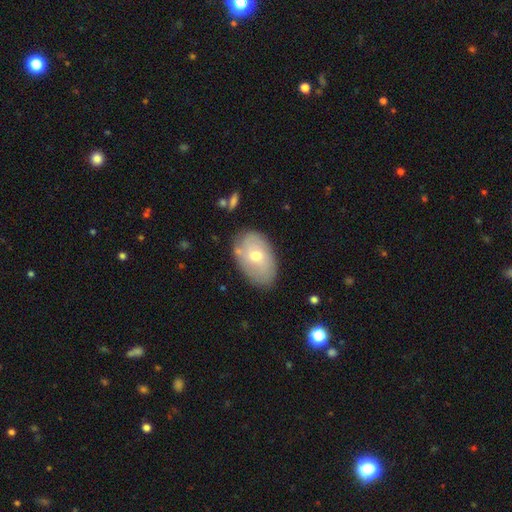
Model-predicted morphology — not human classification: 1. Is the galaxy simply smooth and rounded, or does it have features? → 53% smooth, 39% featured or disk, 7% star or artifact.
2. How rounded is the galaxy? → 90% in between, 9% round, 1% cigar-shaped.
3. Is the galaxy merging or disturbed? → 76% none, 17% minor disturbance, 4% major disturbance, 3% merger.